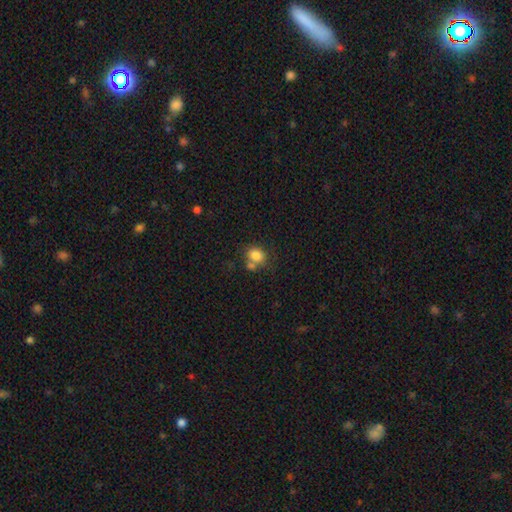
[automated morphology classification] Smooth or featured? Predicted: smooth (p=0.82). How rounded? Predicted: round (p=0.59). Merging? Predicted: none (p=0.53).